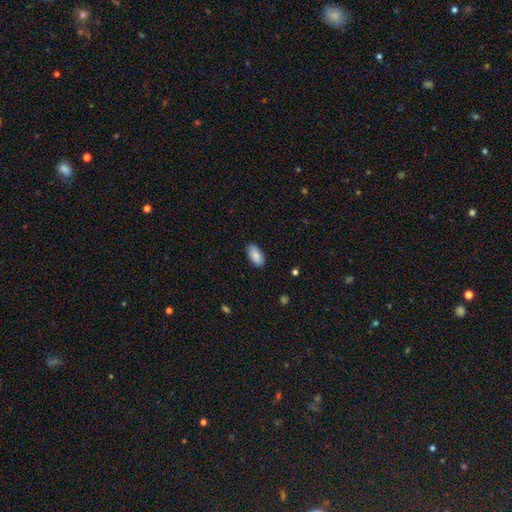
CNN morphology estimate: smooth_or_featured: smooth (p=0.88) [alt: star or artifact p=0.06]
how_rounded: in between (p=0.94) [alt: cigar-shaped p=0.04]
merging: none (p=0.89) [alt: minor disturbance p=0.09]